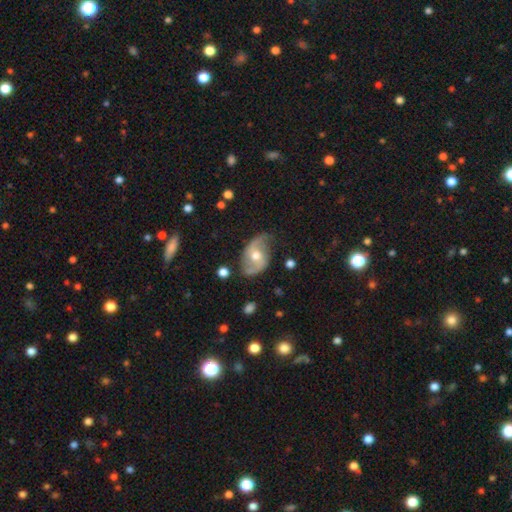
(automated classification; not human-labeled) This is likely a featured or disk galaxy (78%). It is clearly not viewed edge-on (96%). Bar: possibly no (55%). Spiral arm pattern: clearly yes (90%). Spiral arm count: clearly 2 (89%). Spiral winding: possibly loose (56%). Central bulge: likely moderate (73%). Merging: likely none (66%).